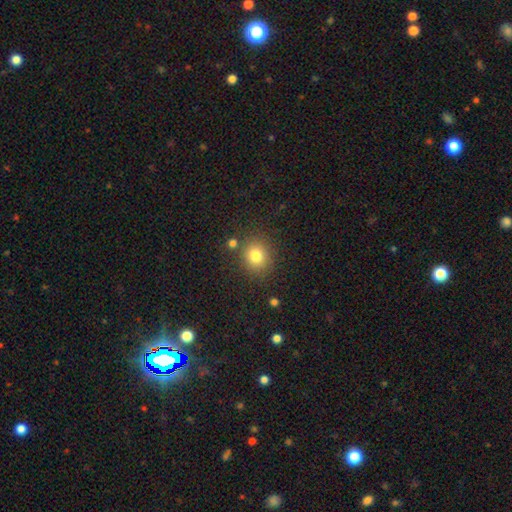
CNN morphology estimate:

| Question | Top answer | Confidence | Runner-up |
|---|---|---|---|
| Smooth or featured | smooth | 79% | star or artifact (13%) |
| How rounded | round | 80% | in between (19%) |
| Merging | none | 82% | minor disturbance (9%) |